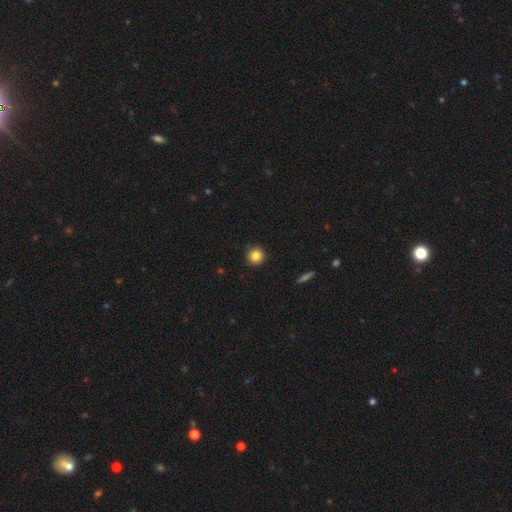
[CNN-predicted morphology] Q: Smooth or featured?
A: smooth (84%); runner-up: star or artifact (10%)
Q: How rounded?
A: round (94%); runner-up: in between (5%)
Q: Merging?
A: none (90%); runner-up: minor disturbance (7%)